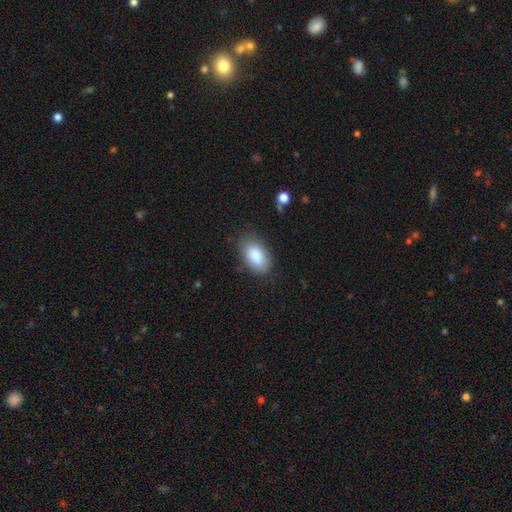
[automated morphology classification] This is clearly a smooth galaxy (86%). How rounded: clearly in between (94%). Merging: likely none (80%).